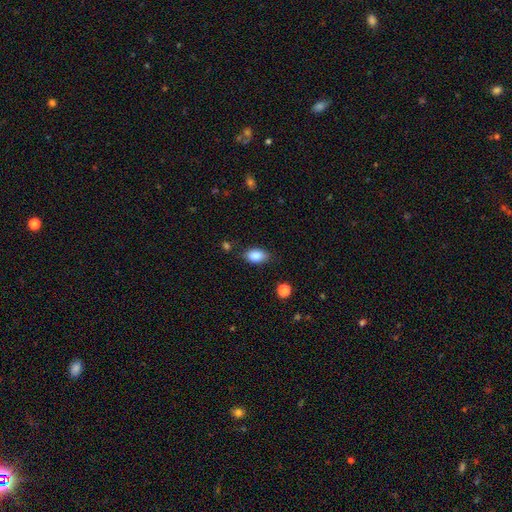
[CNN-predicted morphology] smooth-or-featured: smooth: 87% | star or artifact: 8% | featured or disk: 6%
  how-rounded: in between: 91% | round: 7% | cigar-shaped: 2%
  merging: none: 81% | minor disturbance: 14% | major disturbance: 3% | merger: 2%